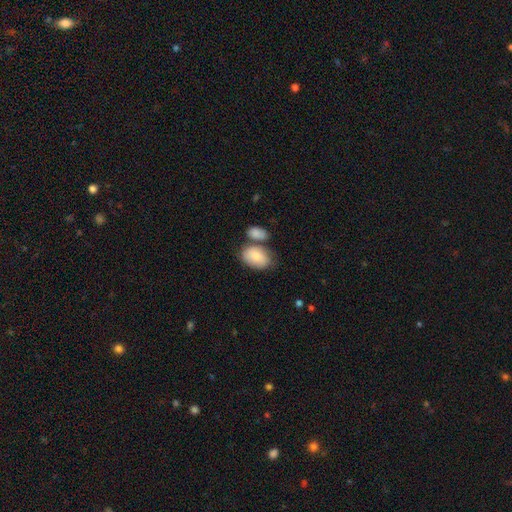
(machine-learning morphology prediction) A smooth galaxy with no disk features (80%) that is in between round and cigar-shaped (88%).

Vote fractions:
- Smooth or featured? smooth: 80% / featured or disk: 14% / star or artifact: 6%
- How rounded? in between: 88% / round: 10% / cigar-shaped: 1%
- Merging? none: 45% / merger: 32% / minor disturbance: 17% / major disturbance: 6%